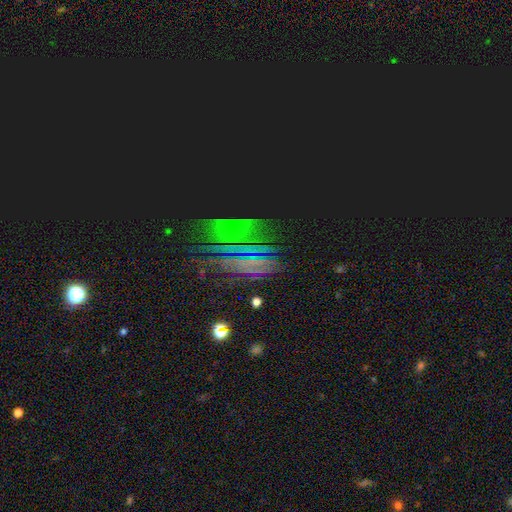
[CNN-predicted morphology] The model was most divided on "smooth or featured": star or artifact: 59%, featured or disk: 23%, smooth: 18%.